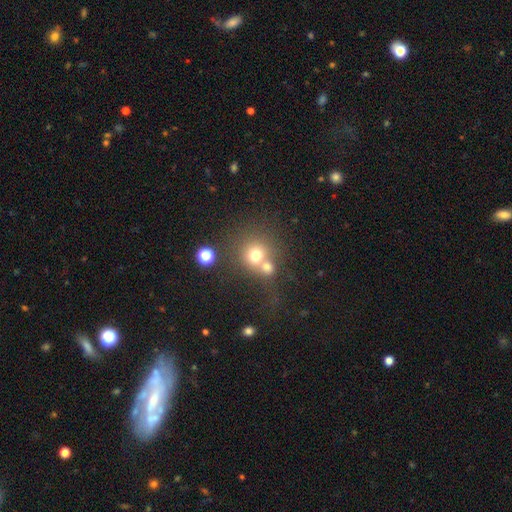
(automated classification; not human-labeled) Smooth or featured?
  - smooth: 69% *
  - star or artifact: 16%
  - featured or disk: 16%
How rounded?
  - round: 87% *
  - in between: 12%
  - cigar-shaped: 1%
Merging?
  - merger: 48% *
  - none: 40%
  - minor disturbance: 7%
  - major disturbance: 5%